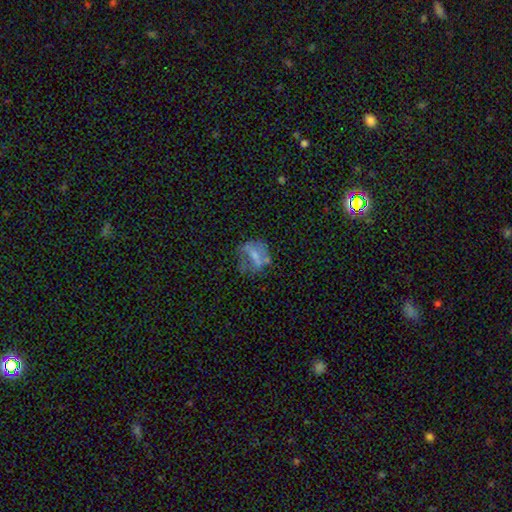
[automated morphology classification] smooth_or_featured: smooth (p=0.45) [alt: featured or disk p=0.42]
merging: none (p=0.41) [alt: major disturbance p=0.28]